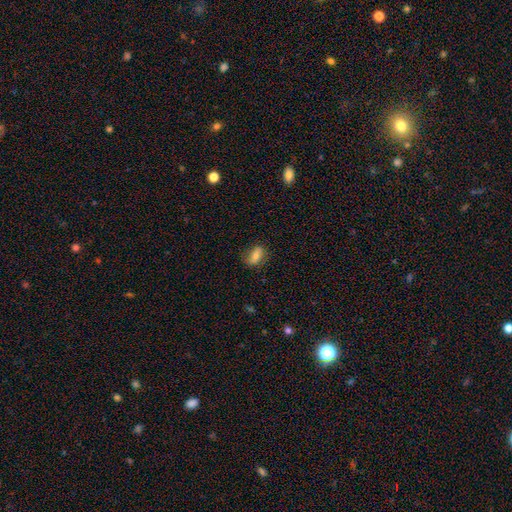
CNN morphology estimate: Overall: smooth (67%). How rounded: in between (82%). Merging: none (75%).